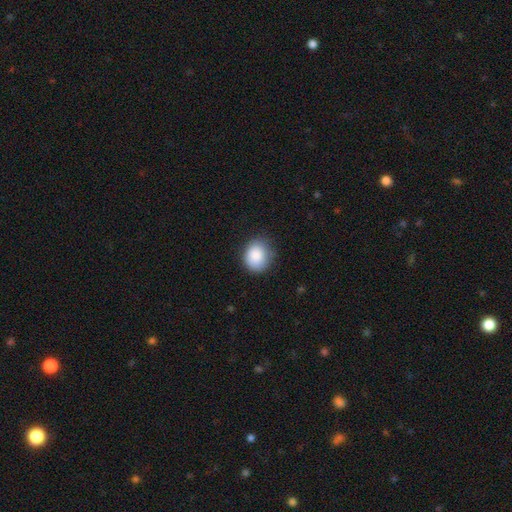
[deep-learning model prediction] Q: Smooth or featured?
A: smooth (87%); runner-up: star or artifact (8%)
Q: How rounded?
A: round (60%); runner-up: in between (39%)
Q: Merging?
A: none (76%); runner-up: minor disturbance (19%)